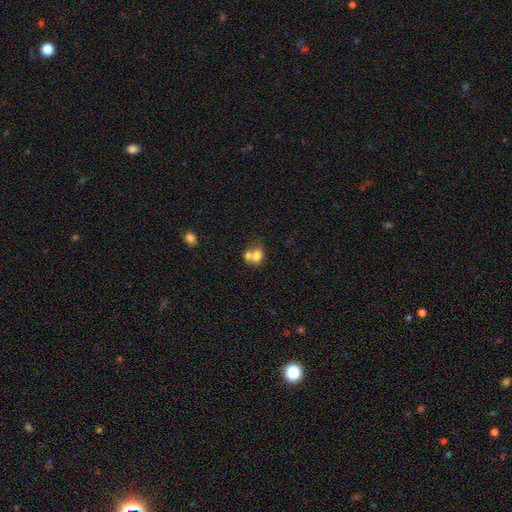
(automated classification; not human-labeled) smooth 73%, featured or disk 18%, star or artifact 9%. Down the decision tree: how rounded — round (51%); merging — merger (63%).